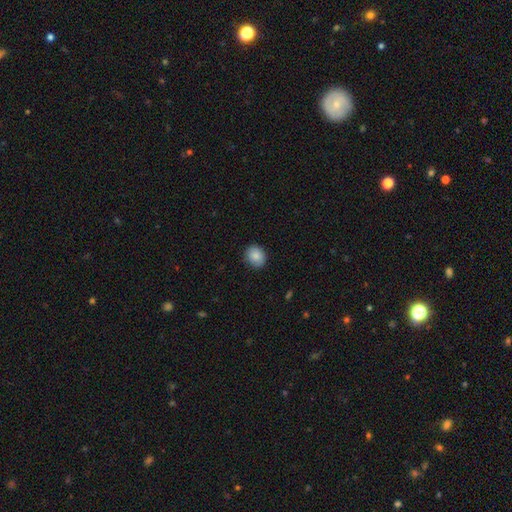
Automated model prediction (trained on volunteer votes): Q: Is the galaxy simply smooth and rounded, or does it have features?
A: smooth — 87%.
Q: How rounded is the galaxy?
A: round — 70%.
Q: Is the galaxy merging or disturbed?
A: none — 86%.